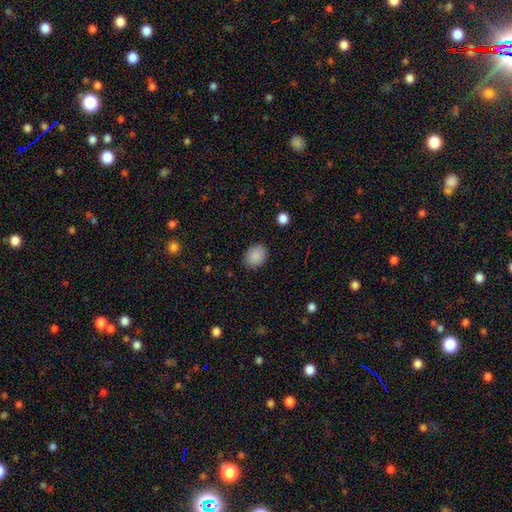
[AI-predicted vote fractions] This appears to be a smooth galaxy with no disk features (89%) that is in between round and cigar-shaped (54%). Merging: none (87%).